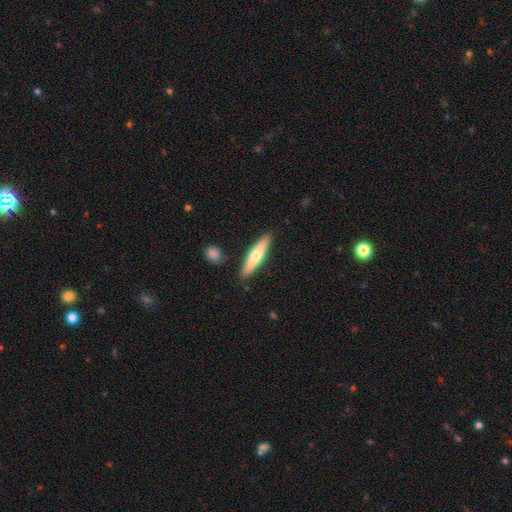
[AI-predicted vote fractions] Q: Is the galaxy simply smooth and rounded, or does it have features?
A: smooth — 56%.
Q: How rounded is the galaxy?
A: cigar-shaped — 83%.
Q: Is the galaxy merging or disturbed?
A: none — 87%.